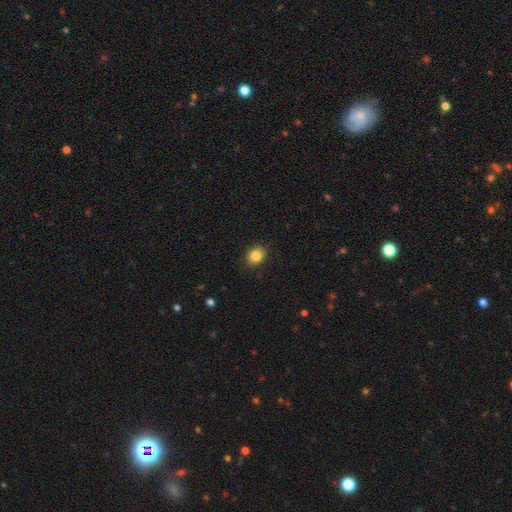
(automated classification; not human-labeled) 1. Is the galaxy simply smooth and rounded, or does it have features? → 85% smooth, 9% star or artifact, 6% featured or disk.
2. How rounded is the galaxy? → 56% in between, 43% round, 1% cigar-shaped.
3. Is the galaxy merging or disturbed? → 87% none, 10% minor disturbance, 2% major disturbance, 1% merger.